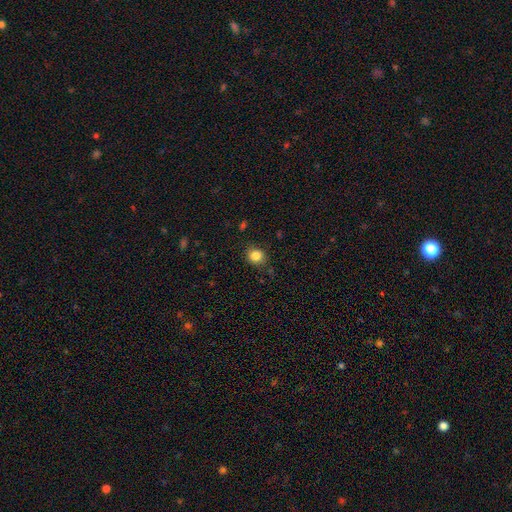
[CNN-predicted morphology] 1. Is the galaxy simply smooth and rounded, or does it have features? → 84% smooth, 11% star or artifact, 5% featured or disk.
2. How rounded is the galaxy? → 73% round, 26% in between, 1% cigar-shaped.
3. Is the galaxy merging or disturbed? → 84% none, 11% minor disturbance, 3% major disturbance, 2% merger.